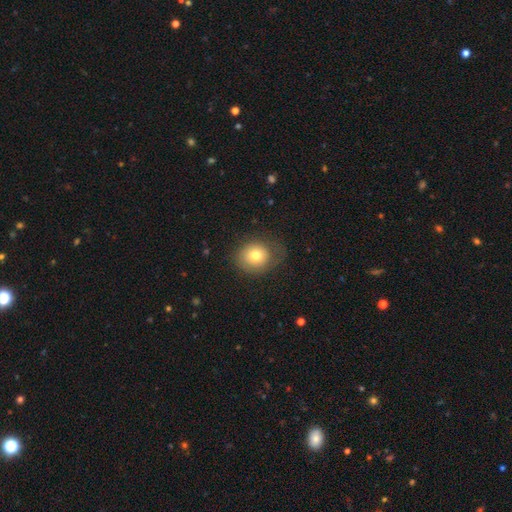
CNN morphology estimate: Smooth or featured?
  - smooth: 74% *
  - featured or disk: 15%
  - star or artifact: 11%
How rounded?
  - round: 77% *
  - in between: 22%
  - cigar-shaped: 1%
Merging?
  - none: 68% *
  - minor disturbance: 21%
  - major disturbance: 10%
  - merger: 1%